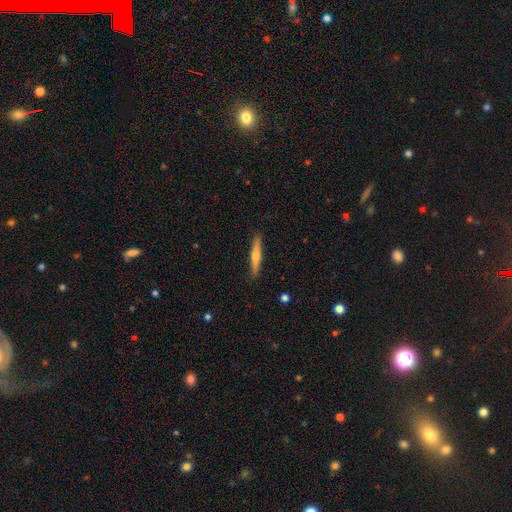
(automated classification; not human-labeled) Morphology: type=featured or disk (56%); edge-on=yes (97%); edge-on bulge=rounded (82%); merging=none (90%).